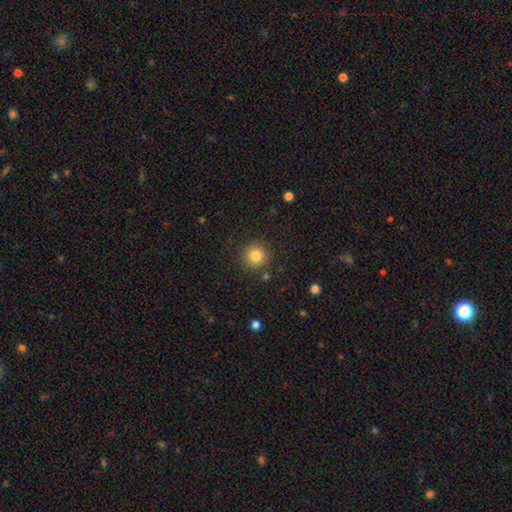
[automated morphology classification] The model was most divided on "smooth or featured": smooth: 83%, star or artifact: 11%, featured or disk: 6%. More confident: how rounded — round (94%); merging — none (88%).